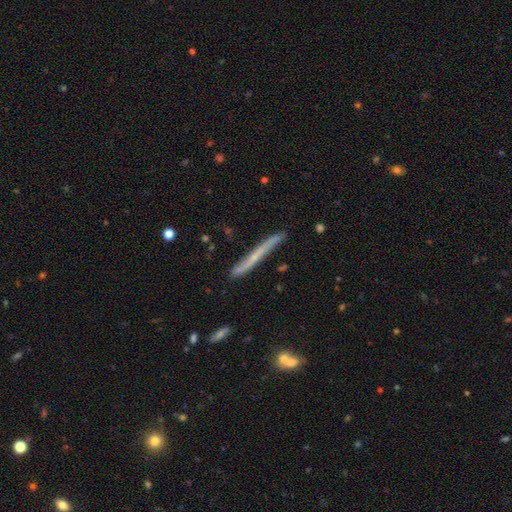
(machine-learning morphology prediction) A featured or disk galaxy (53%) viewed edge-on (93%).

Vote fractions:
- Smooth or featured? featured or disk: 53% / smooth: 40% / star or artifact: 8%
- Edge-on disk? yes: 93% / no: 7%
- Merging? none: 83% / minor disturbance: 13% / major disturbance: 2% / merger: 2%